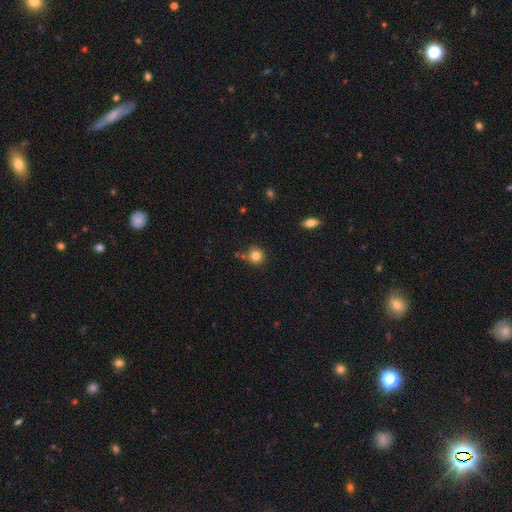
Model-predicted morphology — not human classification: This appears to be a smooth galaxy with no disk features (82%) that is round (92%). Merging: none (79%).